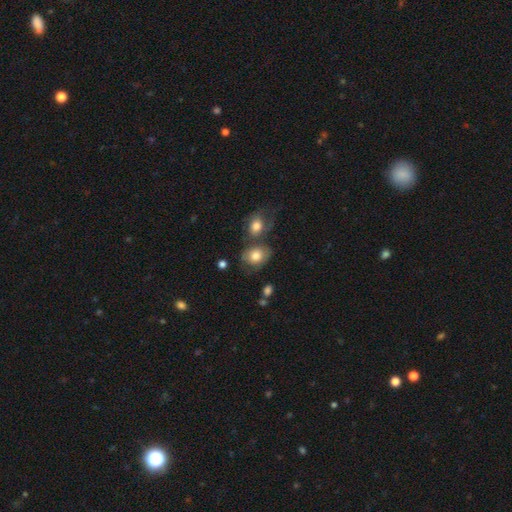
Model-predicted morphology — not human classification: smooth-or-featured: smooth: 74% | featured or disk: 18% | star or artifact: 8%
  how-rounded: in between: 60% | round: 39% | cigar-shaped: 1%
  merging: none: 48% | merger: 25% | minor disturbance: 19% | major disturbance: 8%